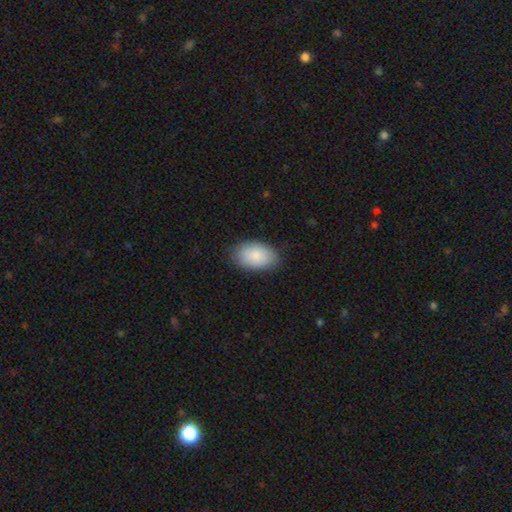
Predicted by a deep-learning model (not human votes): This appears to be a smooth galaxy with no disk features (87%) that is in between round and cigar-shaped (92%). Merging: none (84%).